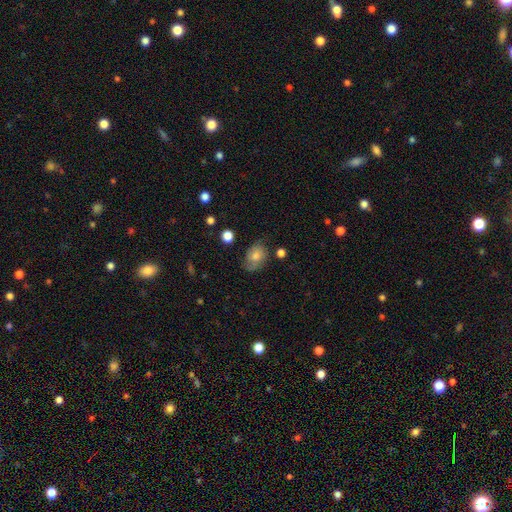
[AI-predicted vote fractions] Smooth or featured? Predicted: smooth (p=0.58). How rounded? Predicted: in between (p=0.66). Merging? Predicted: none (p=0.65).